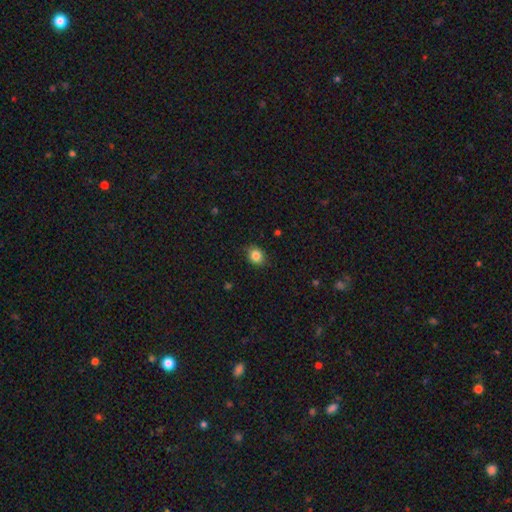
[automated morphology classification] Overall: smooth (84%). How rounded: round (62%; in between 37%). Merging: none (83%).